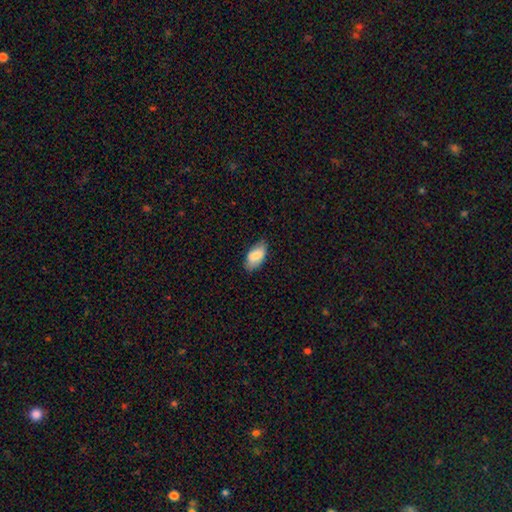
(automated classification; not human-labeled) smooth_or_featured: smooth (p=0.83) [alt: featured or disk p=0.11]
how_rounded: in between (p=0.93) [alt: cigar-shaped p=0.04]
merging: none (p=0.76) [alt: minor disturbance p=0.20]